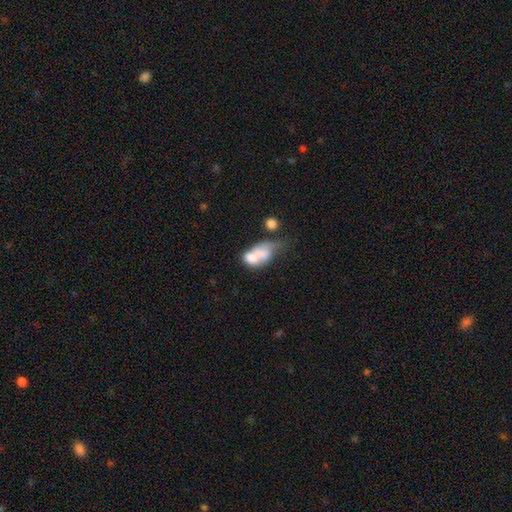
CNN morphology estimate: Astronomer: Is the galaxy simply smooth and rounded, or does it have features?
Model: smooth — 59%.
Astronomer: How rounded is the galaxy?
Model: in between — 82%.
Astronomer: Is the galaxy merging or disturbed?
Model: merger — 50%.